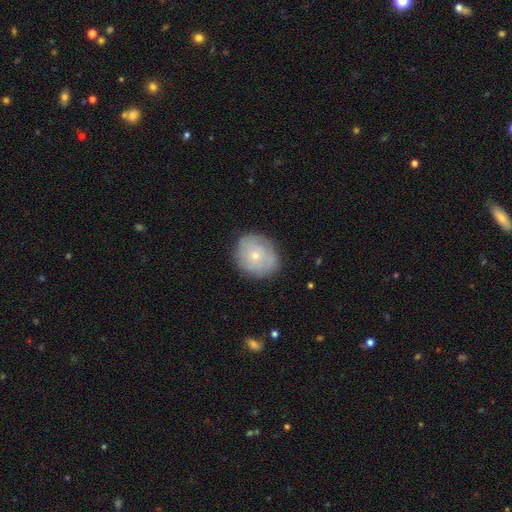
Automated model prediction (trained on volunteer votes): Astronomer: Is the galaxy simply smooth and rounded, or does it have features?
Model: smooth — 47% (runner-up: featured or disk, 45%).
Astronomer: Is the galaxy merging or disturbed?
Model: none — 79%.